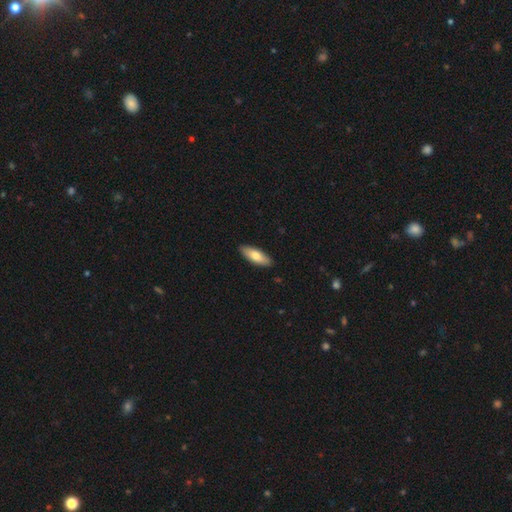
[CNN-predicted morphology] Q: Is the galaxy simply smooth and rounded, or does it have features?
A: smooth — 72%.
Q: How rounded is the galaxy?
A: in between — 67%.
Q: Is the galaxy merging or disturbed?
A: none — 90%.